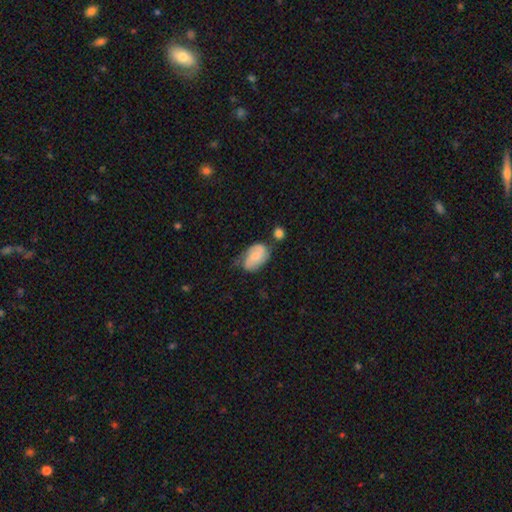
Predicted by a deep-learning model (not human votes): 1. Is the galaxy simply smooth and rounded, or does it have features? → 46% smooth (tied), 46% featured or disk (tied), 8% star or artifact.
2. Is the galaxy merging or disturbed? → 43% none, 32% minor disturbance, 15% major disturbance, 10% merger.